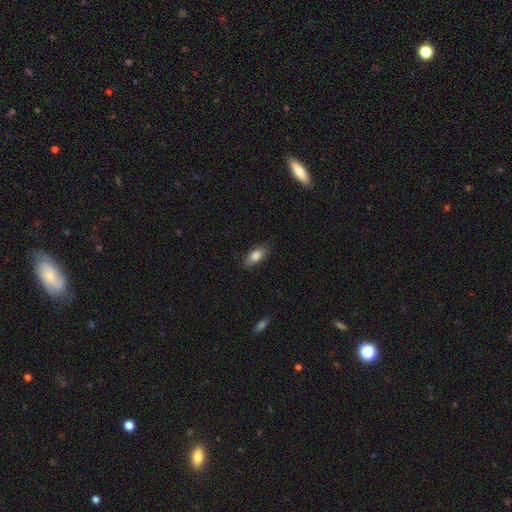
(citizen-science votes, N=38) Morphology: type=smooth (82%); roundness=in between (97%); merging=none (71%).